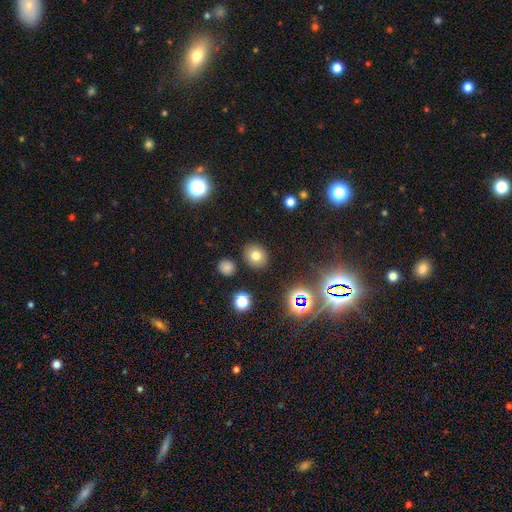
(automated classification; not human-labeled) This appears to be a smooth galaxy with no disk features (73%) that is round (59%). Merging: none (87%).